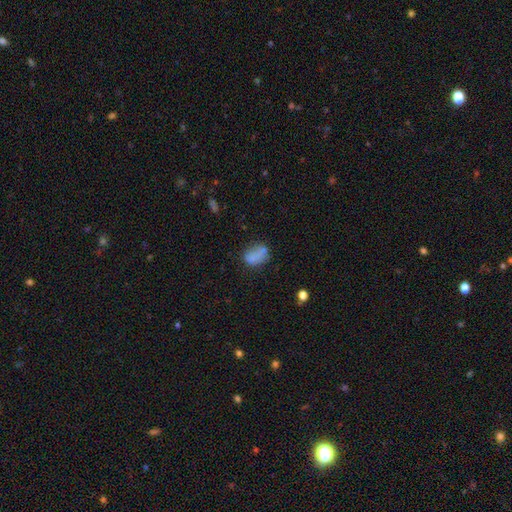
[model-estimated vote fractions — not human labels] Smooth or featured? smooth (76%)
How rounded? in between (78%)
Merging? none (51%)